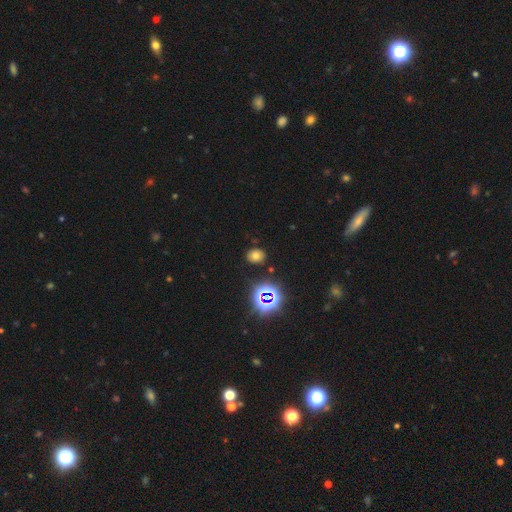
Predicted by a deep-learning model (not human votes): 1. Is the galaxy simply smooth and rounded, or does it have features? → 63% smooth, 26% star or artifact, 11% featured or disk.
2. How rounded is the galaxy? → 54% round, 45% in between, 1% cigar-shaped.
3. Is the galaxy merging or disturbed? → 85% none, 9% minor disturbance, 3% major disturbance, 2% merger.